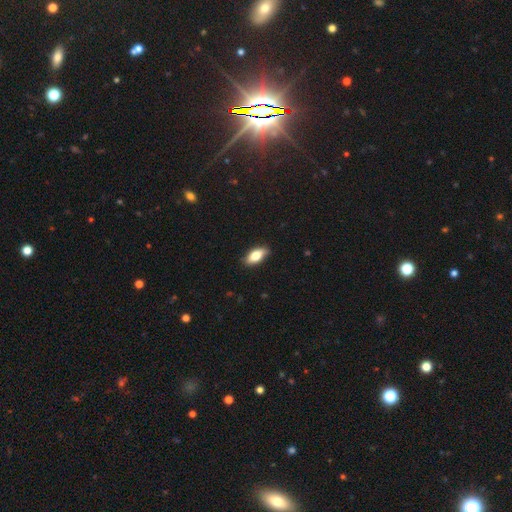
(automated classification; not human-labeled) A smooth galaxy with no disk features (75%) that is in between round and cigar-shaped (86%). Merging: none (86%).